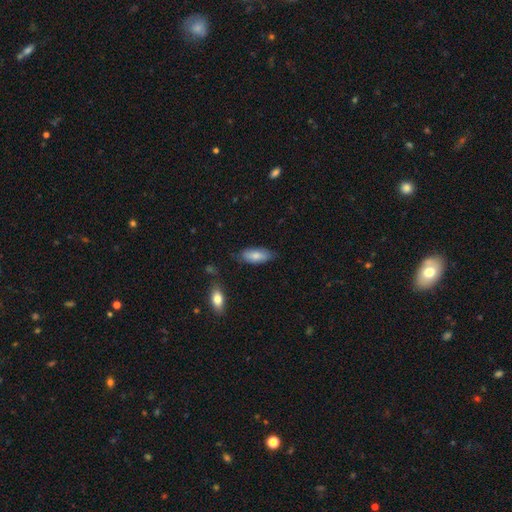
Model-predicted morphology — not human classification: This is likely a smooth galaxy (78%). How rounded: likely in between (79%). Merging: likely none (72%).